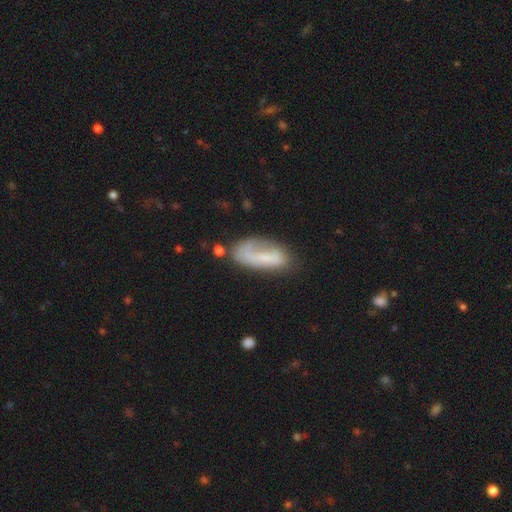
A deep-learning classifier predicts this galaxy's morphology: This appears to be a smooth galaxy with no disk features (49%). Merging: none (53%).